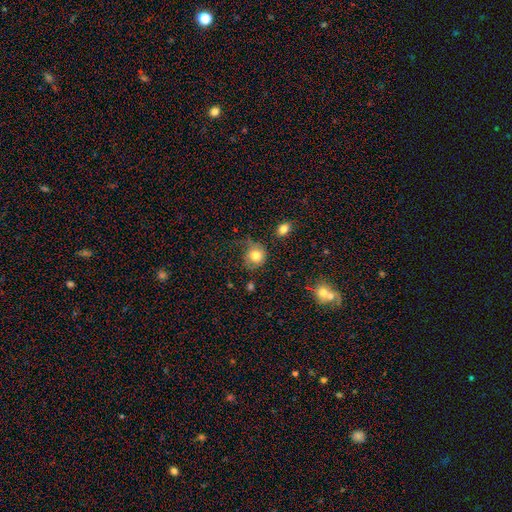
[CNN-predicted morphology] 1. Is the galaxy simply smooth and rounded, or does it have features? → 78% smooth, 12% featured or disk, 10% star or artifact.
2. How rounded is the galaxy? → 80% round, 19% in between, 1% cigar-shaped.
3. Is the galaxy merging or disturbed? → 52% none, 28% minor disturbance, 15% major disturbance, 4% merger.